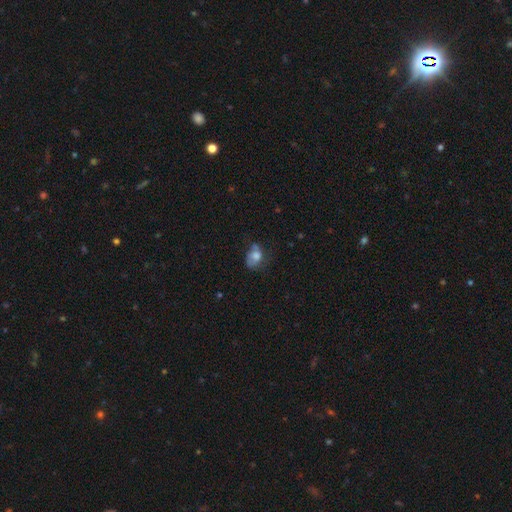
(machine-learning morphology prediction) A smooth galaxy with no disk features (64%) that is in between round and cigar-shaped (69%).

Vote fractions:
- Smooth or featured? smooth: 64% / featured or disk: 26% / star or artifact: 11%
- How rounded? in between: 69% / round: 29% / cigar-shaped: 1%
- Merging? none: 33% (tied) / minor disturbance: 33% (tied) / major disturbance: 28% / merger: 7%